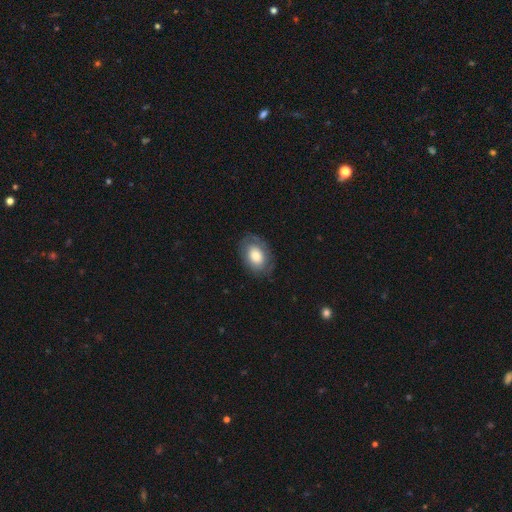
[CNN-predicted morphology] Smooth or featured?
  - smooth: 73% *
  - featured or disk: 21%
  - star or artifact: 7%
How rounded?
  - in between: 84% *
  - round: 15%
  - cigar-shaped: 1%
Merging?
  - none: 77% *
  - minor disturbance: 16%
  - major disturbance: 6%
  - merger: 1%